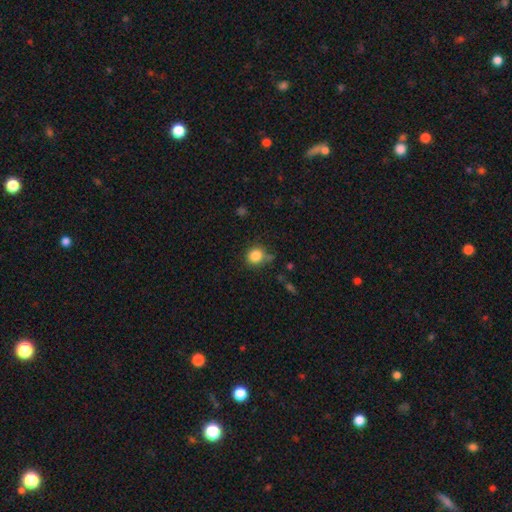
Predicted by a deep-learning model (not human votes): A smooth galaxy with no disk features (85%) that is round (87%). Merging: none (76%).